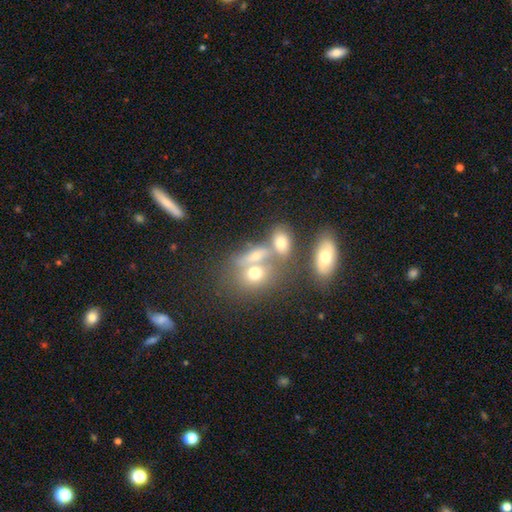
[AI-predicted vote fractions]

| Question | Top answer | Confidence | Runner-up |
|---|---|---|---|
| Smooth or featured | smooth | 63% | featured or disk (22%) |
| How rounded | in between | 57% | round (37%) |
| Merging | merger | 46% | none (38%) |